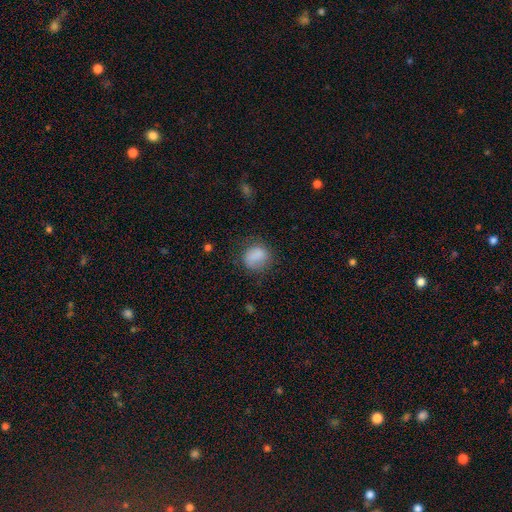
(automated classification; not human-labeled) A smooth galaxy with no disk features (83%) that is round (62%).

Vote fractions:
- Smooth or featured? smooth: 83% / star or artifact: 10% / featured or disk: 8%
- How rounded? round: 62% / in between: 37% / cigar-shaped: 1%
- Merging? none: 64% / minor disturbance: 23% / major disturbance: 11% / merger: 2%